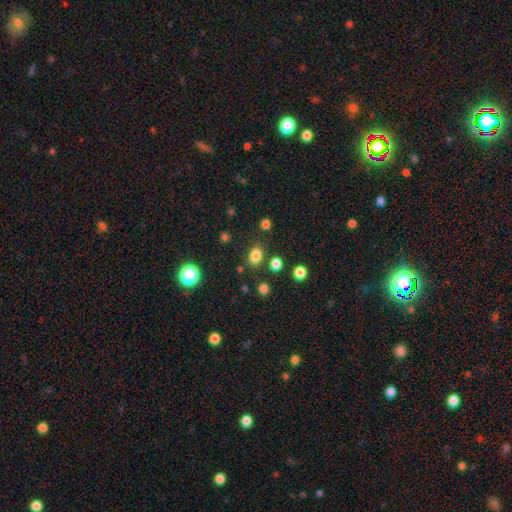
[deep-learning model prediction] smooth-or-featured: smooth: 81% | star or artifact: 14% | featured or disk: 5%
  how-rounded: in between: 66% | round: 33% | cigar-shaped: 1%
  merging: none: 79% | minor disturbance: 12% | merger: 5% | major disturbance: 4%